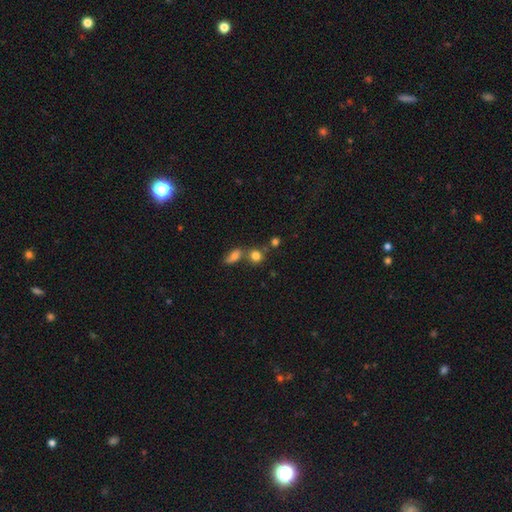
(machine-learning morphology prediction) A smooth galaxy with no disk features (80%) that is round (75%).

Vote fractions:
- Smooth or featured? smooth: 80% / star or artifact: 13% / featured or disk: 7%
- How rounded? round: 75% / in between: 23% / cigar-shaped: 2%
- Merging? none: 55% / merger: 31% / minor disturbance: 10% / major disturbance: 4%